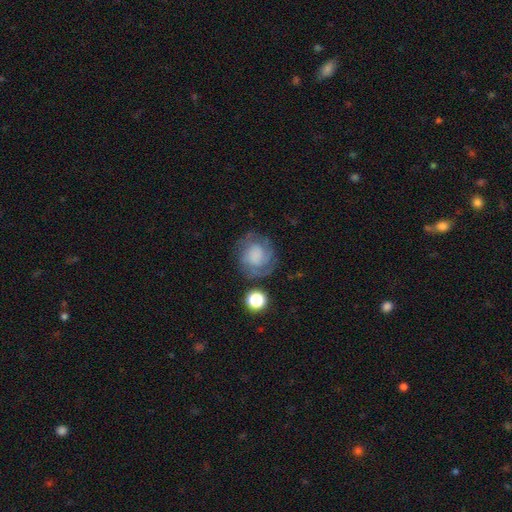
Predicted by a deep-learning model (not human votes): Smooth or featured? Predicted: featured or disk (p=0.53). Edge-on disk? Predicted: no (p=0.98). Bar? Predicted: no (p=0.80). Spiral arms? Predicted: yes (p=0.83). Bulge size? Predicted: none (p=0.43). Merging? Predicted: none (p=0.65).